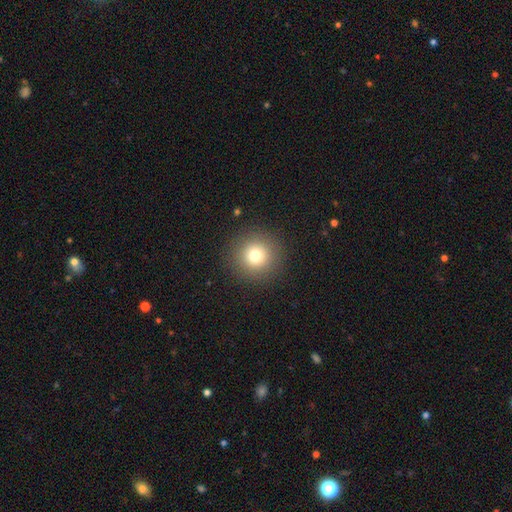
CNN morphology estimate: type=smooth (76%); roundness=round (95%); merging=none (91%).